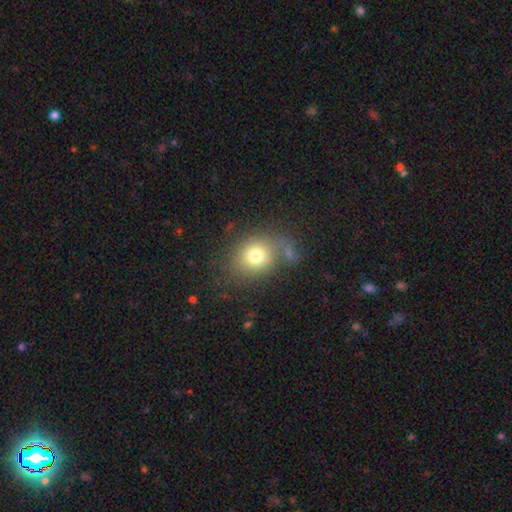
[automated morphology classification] Smooth or featured: smooth — 75% (featured or disk — 13%)
How rounded: round — 60% (in between — 39%)
Merging: none — 58% (minor disturbance — 19%)